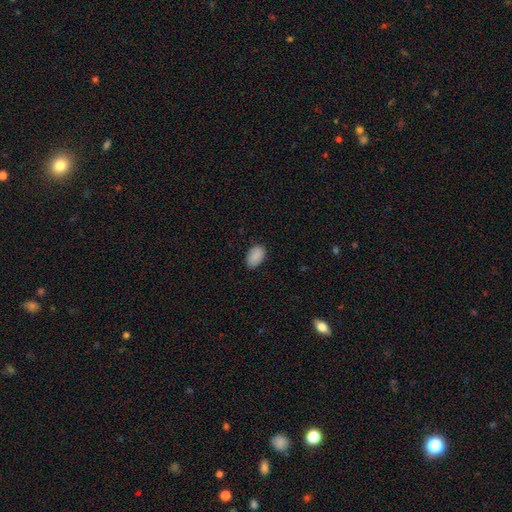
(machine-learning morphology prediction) Smooth or featured? Predicted: smooth (p=0.89). How rounded? Predicted: in between (p=0.91). Merging? Predicted: none (p=0.84).